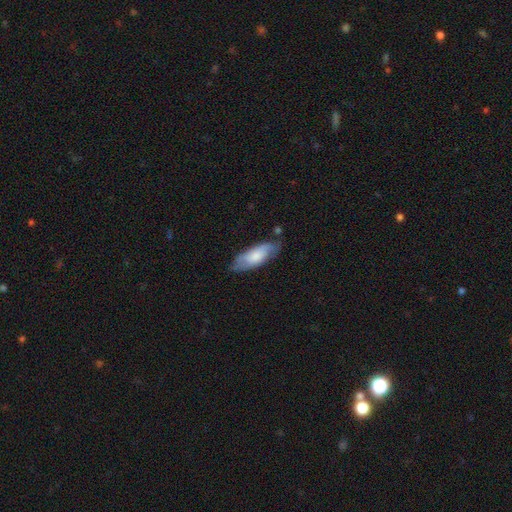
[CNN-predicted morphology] Smooth or featured: smooth — 64% (featured or disk — 30%)
How rounded: in between — 70% (cigar-shaped — 28%)
Merging: none — 68% (minor disturbance — 24%)